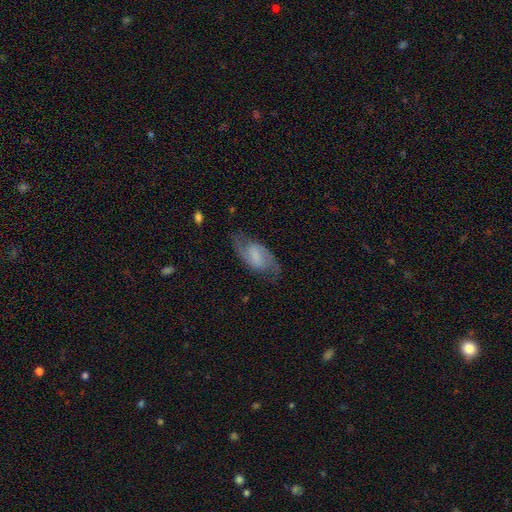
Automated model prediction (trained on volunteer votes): Smooth or featured? featured or disk (76%)
Edge-on disk? no (96%)
Bar? weak (51%)
Spiral arms? yes (94%)
Spiral winding? medium (52%)
Spiral arm count? 2 (91%)
Bulge size? none (42%)
Merging? none (76%)